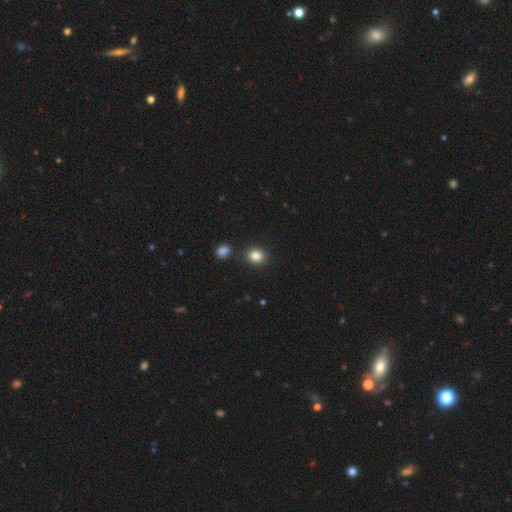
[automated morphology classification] Smooth or featured?
  - smooth: 85% *
  - star or artifact: 10%
  - featured or disk: 4%
How rounded?
  - round: 58% *
  - in between: 41%
  - cigar-shaped: 1%
Merging?
  - none: 83% *
  - minor disturbance: 8%
  - merger: 6%
  - major disturbance: 3%